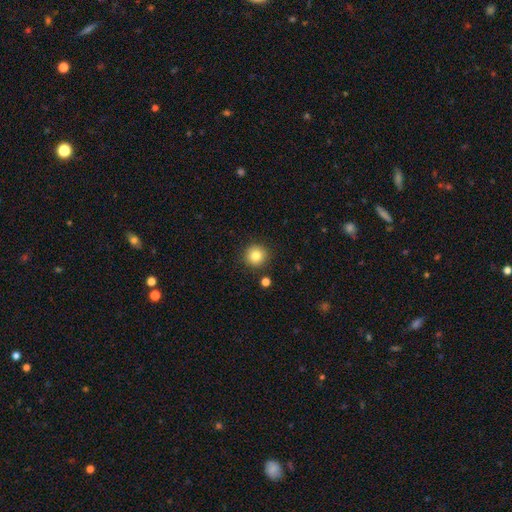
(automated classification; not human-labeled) This appears to be a smooth galaxy with no disk features (82%) that is round (94%). Merging: none (88%).